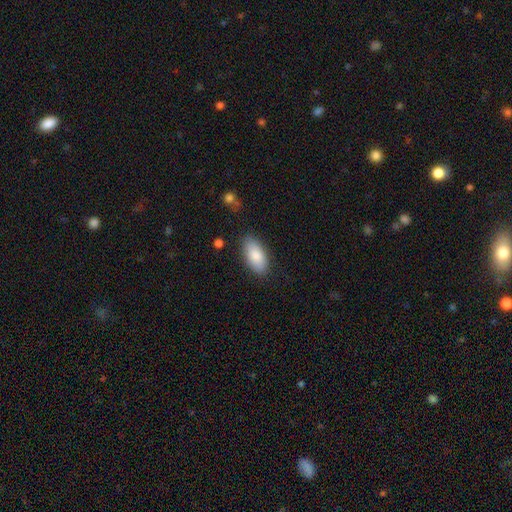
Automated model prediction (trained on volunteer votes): Smooth or featured: smooth — 85% (featured or disk — 9%)
How rounded: in between — 93% (cigar-shaped — 5%)
Merging: none — 83% (minor disturbance — 13%)